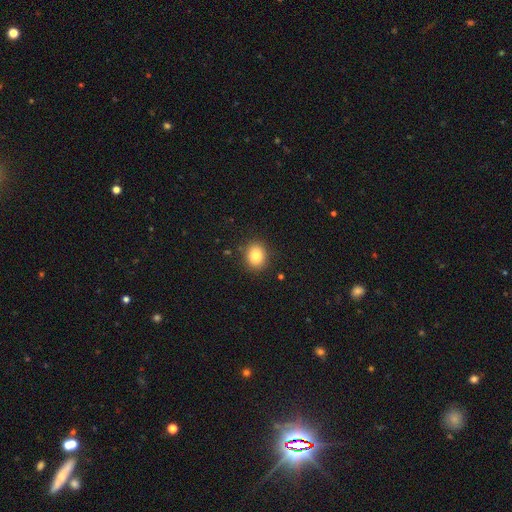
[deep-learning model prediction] Overall: smooth (83%). How rounded: round (60%; in between 39%). Merging: none (88%).